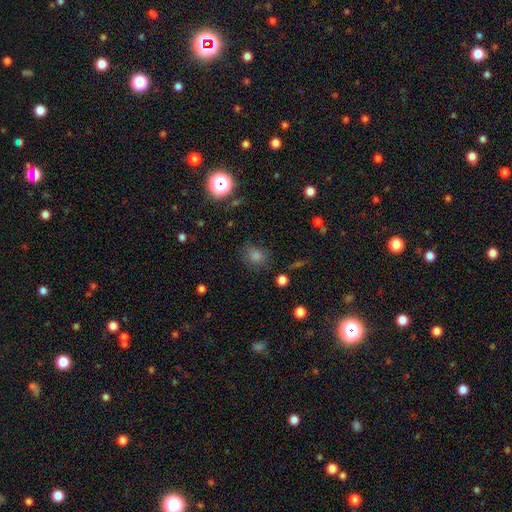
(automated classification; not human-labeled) smooth_or_featured: smooth (p=0.67) [alt: star or artifact p=0.26]
how_rounded: round (p=0.69) [alt: in between p=0.30]
merging: none (p=0.83) [alt: minor disturbance p=0.12]